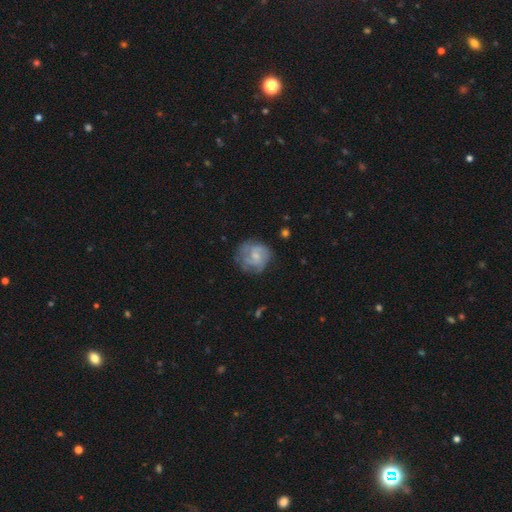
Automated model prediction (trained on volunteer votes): The model was most divided on "spiral winding": tight: 46%, medium: 40%, loose: 14%. Remaining: edge-on disk — no (98%); spiral arms — yes (81%); merging — none (66%); smooth or featured — featured or disk (66%); bar — no (61%); bulge size — small (51%); spiral arm count — can't tell (35%).